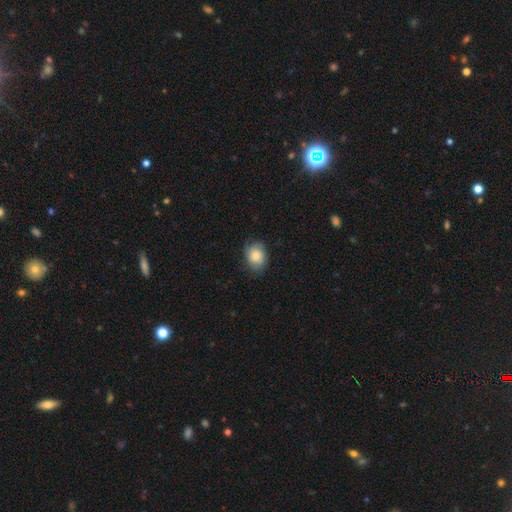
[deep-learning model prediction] Morphology: type=smooth (78%); roundness=in between (55%); merging=none (73%).